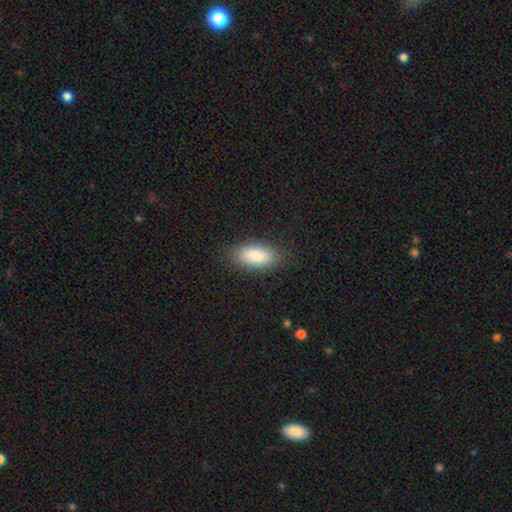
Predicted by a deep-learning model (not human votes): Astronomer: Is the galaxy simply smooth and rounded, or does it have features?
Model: smooth — 87%.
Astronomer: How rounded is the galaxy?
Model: in between — 88%.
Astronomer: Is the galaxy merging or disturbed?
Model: none — 85%.